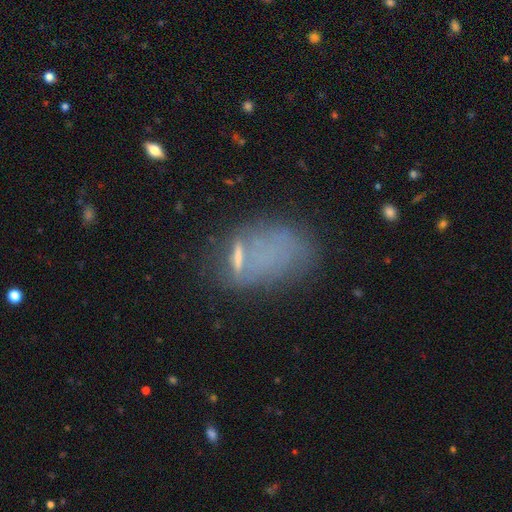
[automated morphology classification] This is possibly a smooth galaxy (47%). Merging: marginally none (41%).